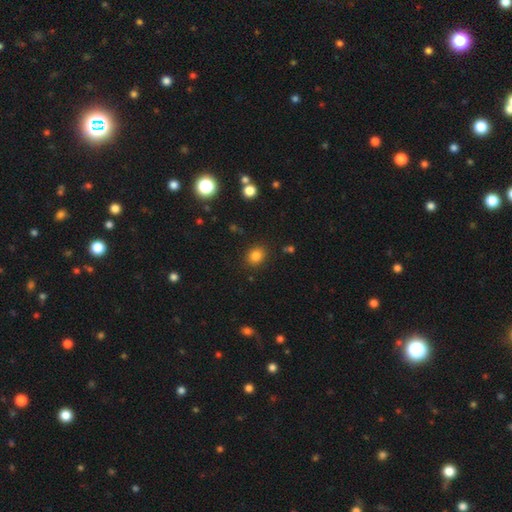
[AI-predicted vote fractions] smooth_or_featured: smooth (p=0.83) [alt: star or artifact p=0.12]
how_rounded: round (p=0.66) [alt: in between p=0.34]
merging: none (p=0.87) [alt: minor disturbance p=0.08]